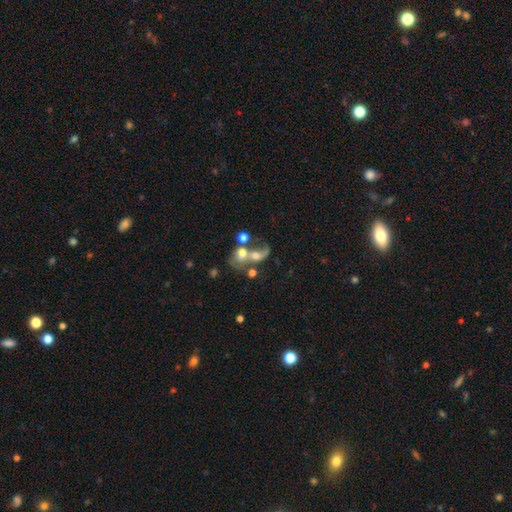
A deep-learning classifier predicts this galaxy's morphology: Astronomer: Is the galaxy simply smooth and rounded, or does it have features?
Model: featured or disk — 47% (runner-up: smooth, 41%).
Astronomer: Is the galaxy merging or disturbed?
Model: merger — 62%.